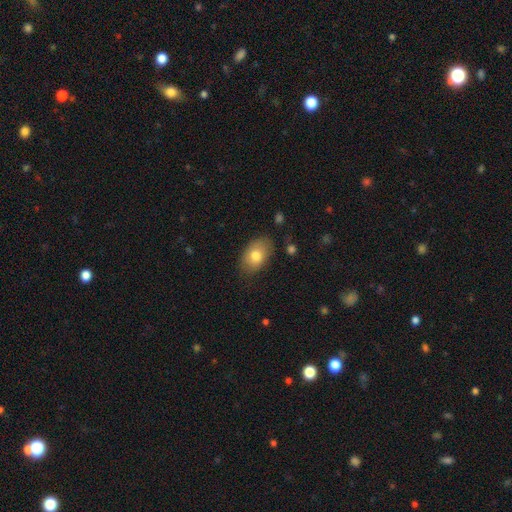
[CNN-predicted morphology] Smooth or featured? smooth (77%)
How rounded? in between (86%)
Merging? none (78%)